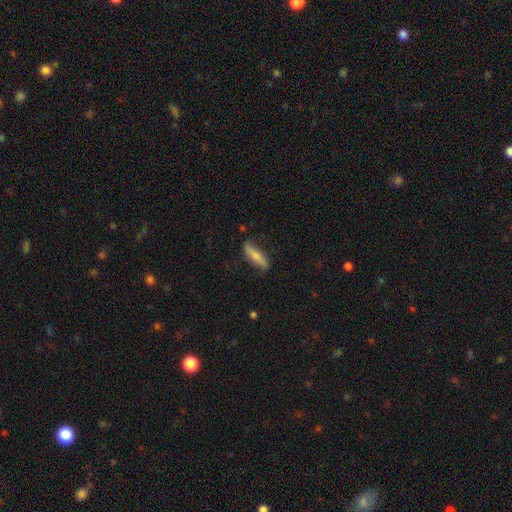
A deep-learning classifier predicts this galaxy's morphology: smooth-or-featured: smooth: 62% | featured or disk: 32% | star or artifact: 6%
  how-rounded: cigar-shaped: 71% | in between: 27% | round: 2%
  merging: none: 74% | minor disturbance: 20% | major disturbance: 4% | merger: 2%